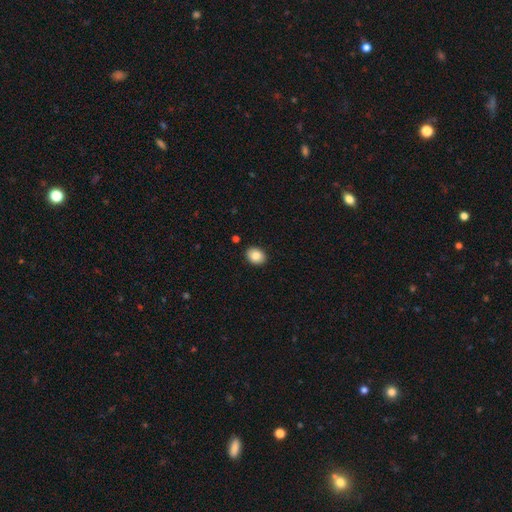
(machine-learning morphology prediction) The model was most divided on "how rounded": in between: 63%, round: 36%, cigar-shaped: 1%. More confident: merging — none (90%); smooth or featured — smooth (84%).